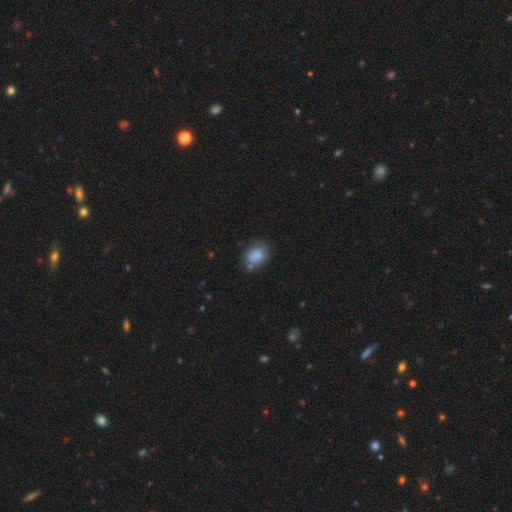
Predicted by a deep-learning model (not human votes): Smooth or featured? Predicted: smooth (p=0.85). How rounded? Predicted: in between (p=0.62). Merging? Predicted: none (p=0.64).